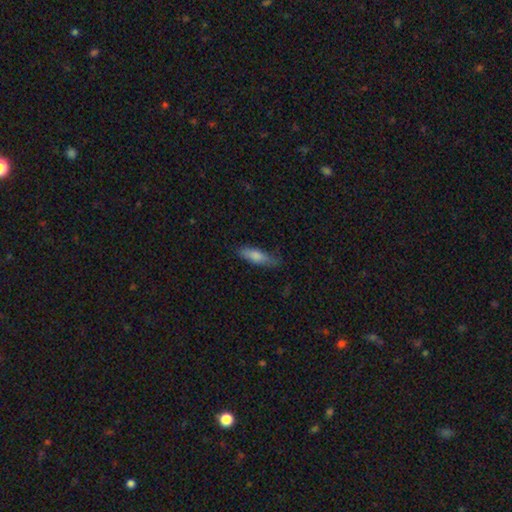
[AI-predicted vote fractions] Morphology: type=smooth (79%); roundness=cigar-shaped (52%); merging=none (69%).